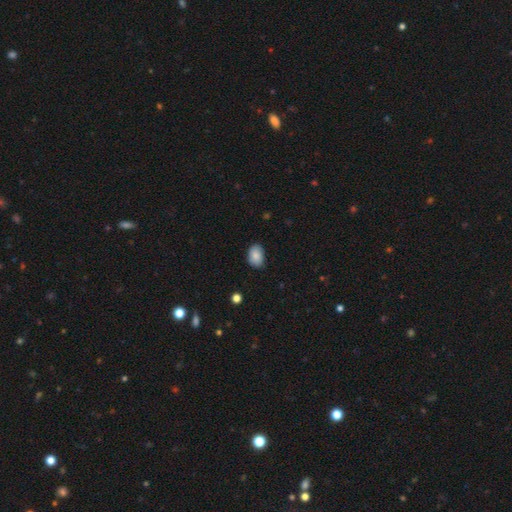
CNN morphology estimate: Overall: smooth (86%). How rounded: in between (84%). Merging: none (84%).